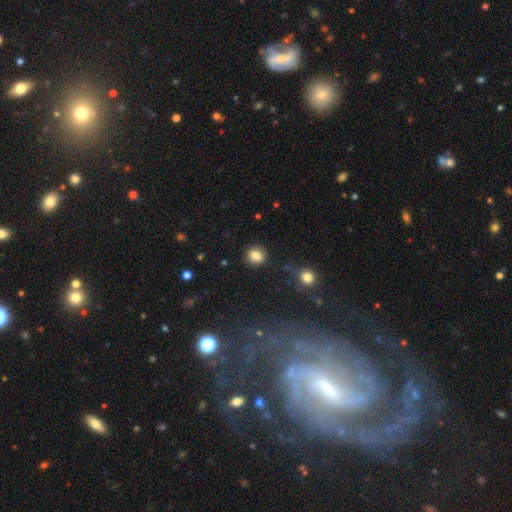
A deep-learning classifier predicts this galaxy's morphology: Overall: smooth (84%). How rounded: round (78%). Merging: none (87%).